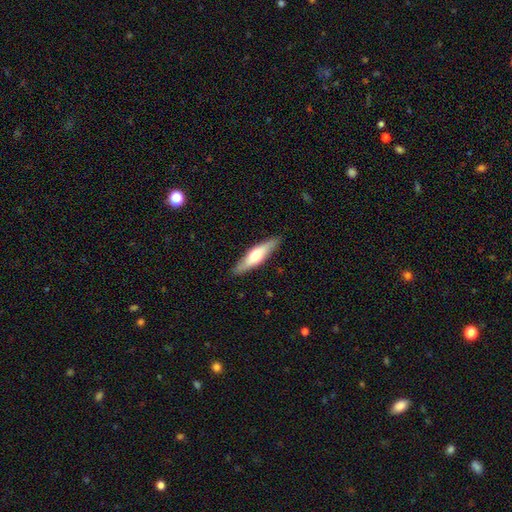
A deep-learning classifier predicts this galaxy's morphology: smooth 48%, featured or disk 47%, star or artifact 5%. Down the decision tree: merging — none (87%).